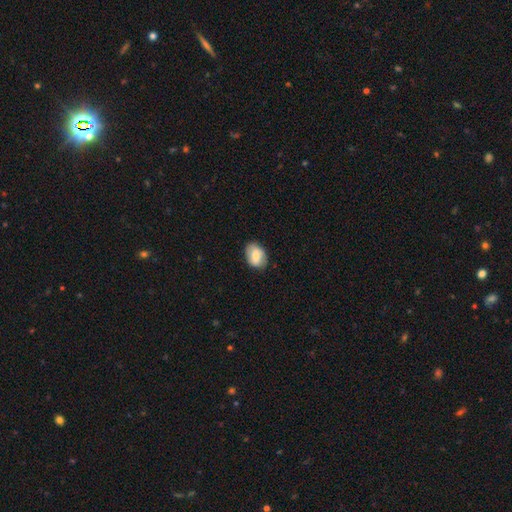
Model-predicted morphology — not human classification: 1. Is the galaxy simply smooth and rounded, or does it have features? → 66% smooth, 27% featured or disk, 7% star or artifact.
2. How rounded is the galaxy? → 76% in between, 23% round, 1% cigar-shaped.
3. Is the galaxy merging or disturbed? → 80% none, 15% minor disturbance, 3% major disturbance, 1% merger.